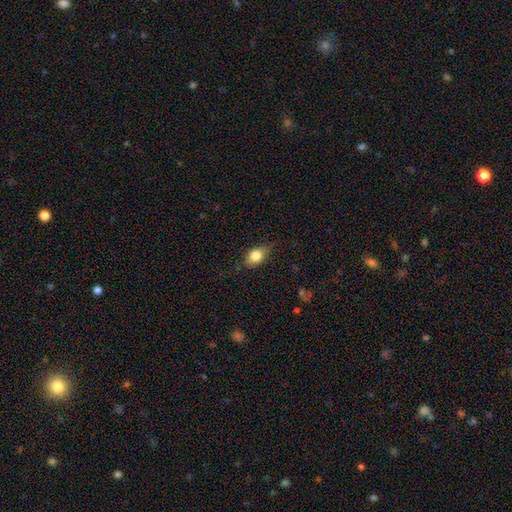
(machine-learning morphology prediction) Smooth or featured? smooth (78%)
How rounded? in between (76%)
Merging? none (72%)